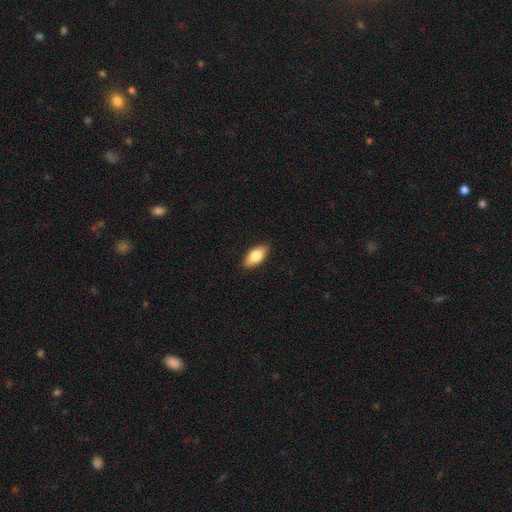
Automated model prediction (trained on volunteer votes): Morphology: type=smooth (78%); roundness=in between (89%); merging=none (89%).